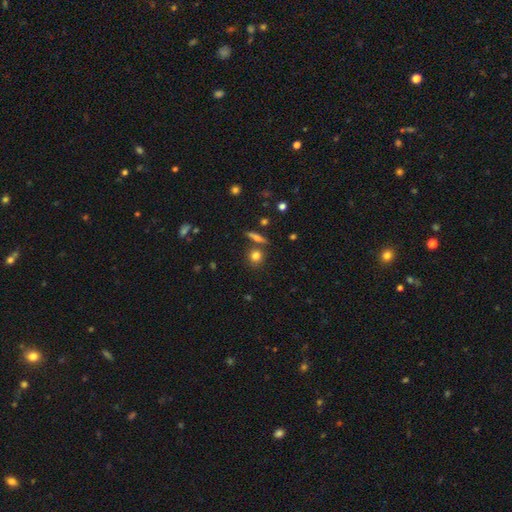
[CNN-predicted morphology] A smooth galaxy with no disk features (79%) that is round (85%). Merging: none (76%).